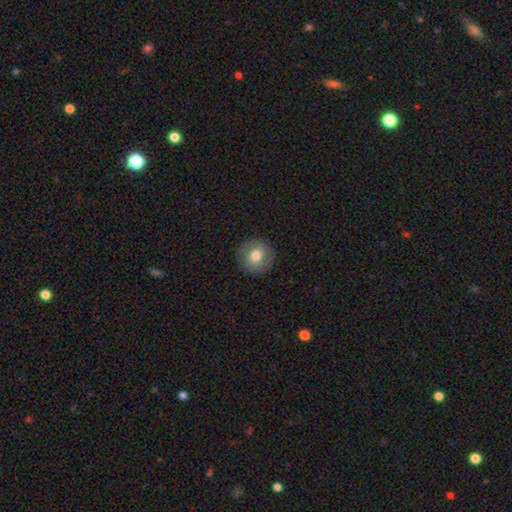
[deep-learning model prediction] smooth-or-featured: smooth: 74% | featured or disk: 17% | star or artifact: 8%
  how-rounded: round: 93% | in between: 6% | cigar-shaped: 1%
  merging: none: 90% | minor disturbance: 7% | major disturbance: 2% | merger: 1%